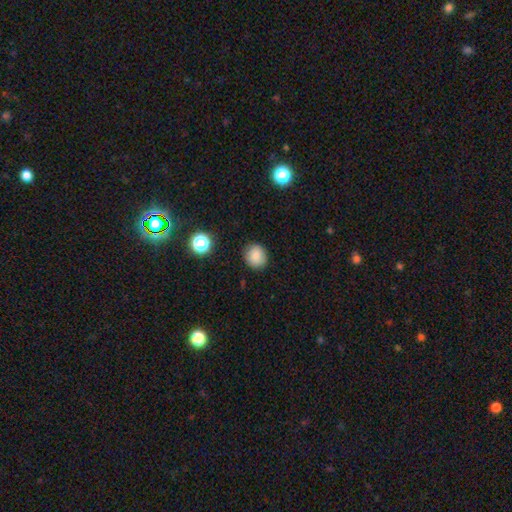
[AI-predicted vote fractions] This appears to be a smooth galaxy with no disk features (84%) that is round (79%). Merging: none (87%).